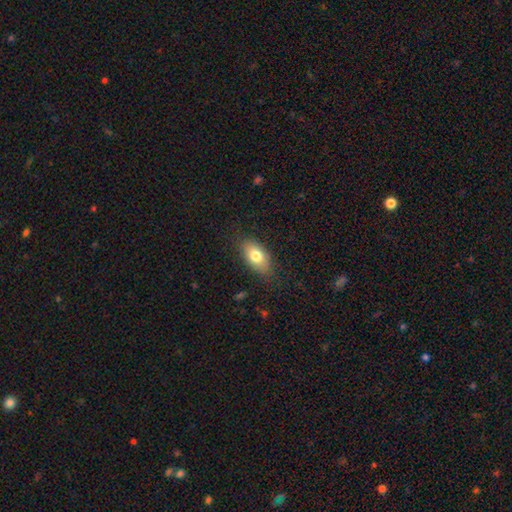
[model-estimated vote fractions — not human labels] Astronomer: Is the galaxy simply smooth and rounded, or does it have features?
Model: smooth — 77%.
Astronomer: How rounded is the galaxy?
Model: in between — 89%.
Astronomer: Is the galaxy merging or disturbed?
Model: none — 81%.